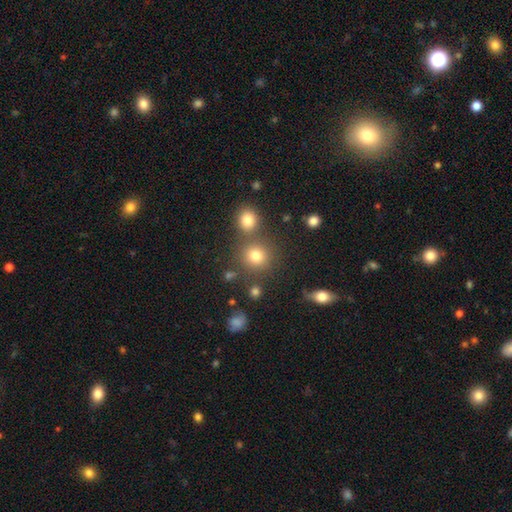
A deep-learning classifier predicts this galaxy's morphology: Smooth or featured? smooth (77%)
How rounded? round (89%)
Merging? none (74%)